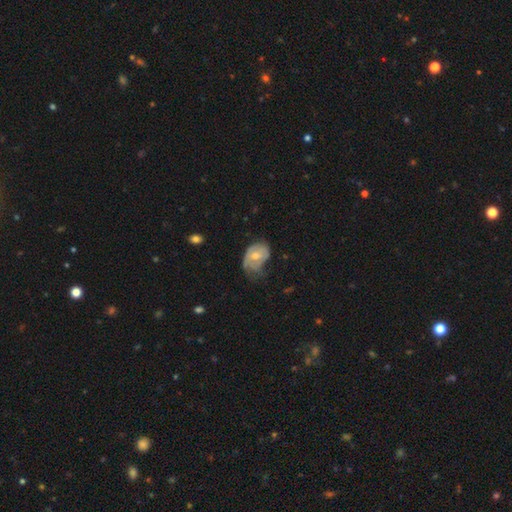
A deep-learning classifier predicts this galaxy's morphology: Smooth or featured? Predicted: featured or disk (p=0.48). Merging? Predicted: minor disturbance (p=0.39).